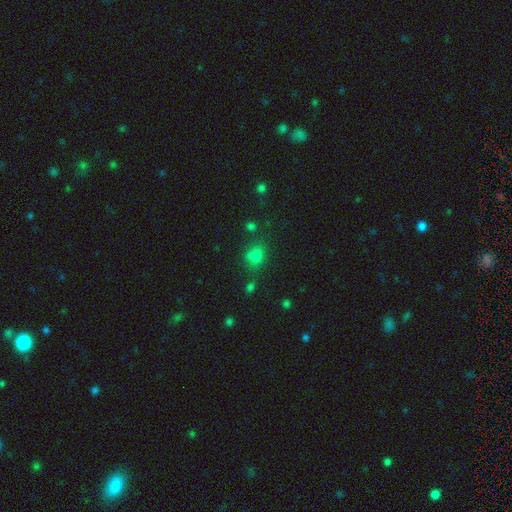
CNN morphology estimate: Overall: smooth (75%). How rounded: round (58%; in between 41%). Merging: none (63%).